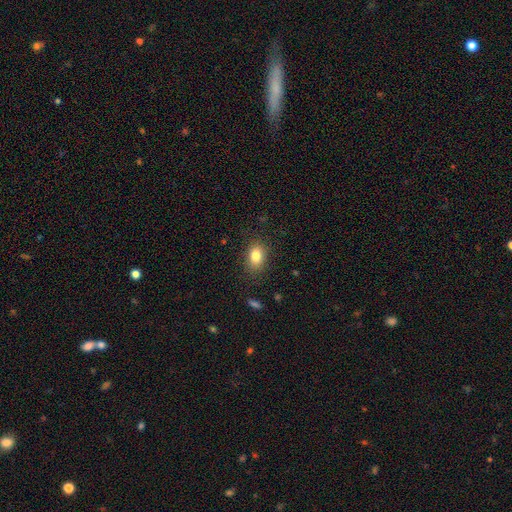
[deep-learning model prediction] This appears to be a smooth galaxy with no disk features (83%) that is in between round and cigar-shaped (75%). Merging: none (84%).